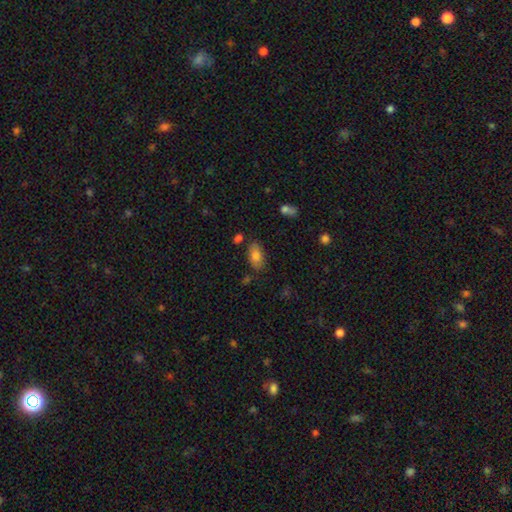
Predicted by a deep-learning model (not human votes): This is clearly a smooth galaxy (80%). How rounded: clearly in between (92%). Merging: likely none (78%).